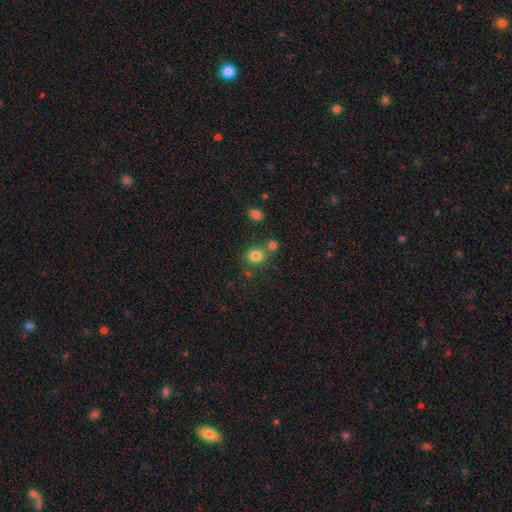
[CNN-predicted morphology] type=smooth (81%); roundness=round (73%); merging=none (66%).